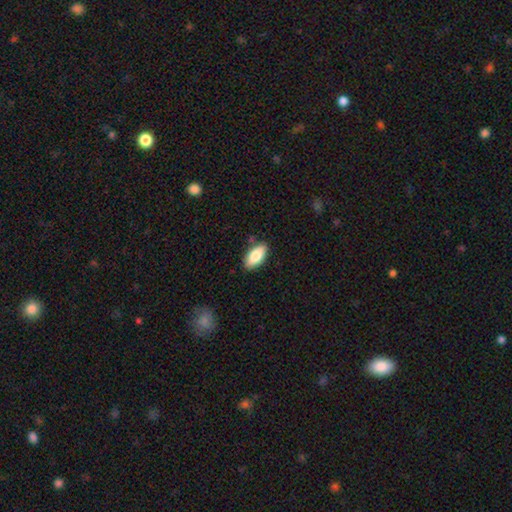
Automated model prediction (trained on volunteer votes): Smooth or featured? smooth (82%)
How rounded? in between (90%)
Merging? none (84%)